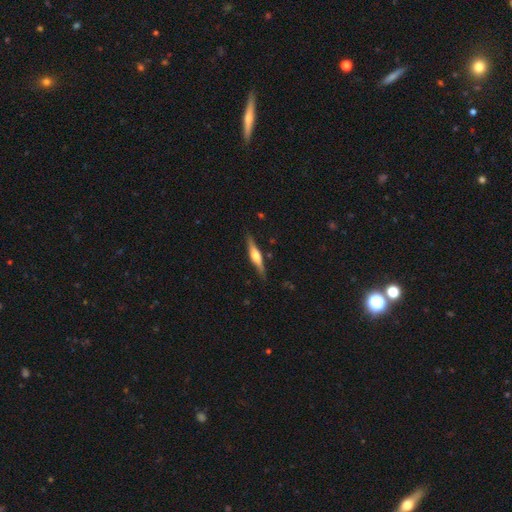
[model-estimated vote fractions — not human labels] Smooth or featured: featured or disk — 67% (smooth — 28%)
Edge-on disk: yes — 97% (no — 3%)
Edge-on bulge: rounded — 90% (boxy — 7%)
Merging: none — 86% (minor disturbance — 10%)